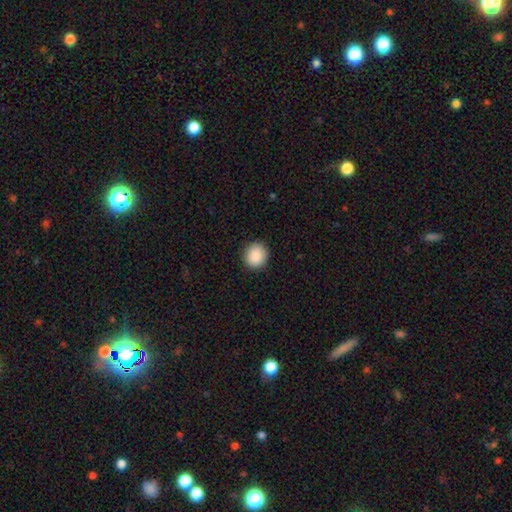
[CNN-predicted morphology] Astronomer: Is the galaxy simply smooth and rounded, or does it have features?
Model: smooth — 88%.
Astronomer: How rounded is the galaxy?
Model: round — 86%.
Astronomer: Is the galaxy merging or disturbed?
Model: none — 92%.